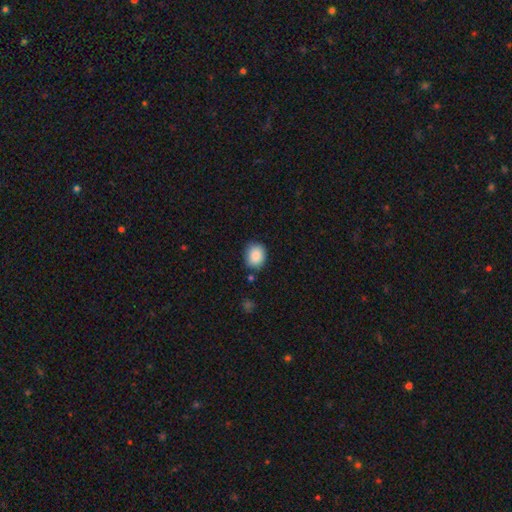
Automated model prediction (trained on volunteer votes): A smooth galaxy with no disk features (88%) that is round (58%). Merging: none (79%).